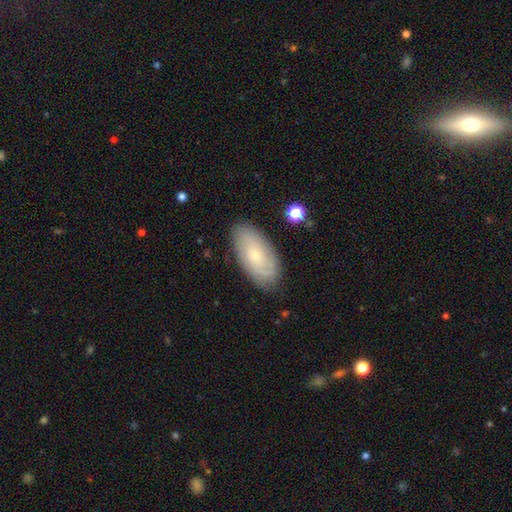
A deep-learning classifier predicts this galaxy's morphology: Overall: featured or disk (48%; smooth 45%). Merging: none (82%).